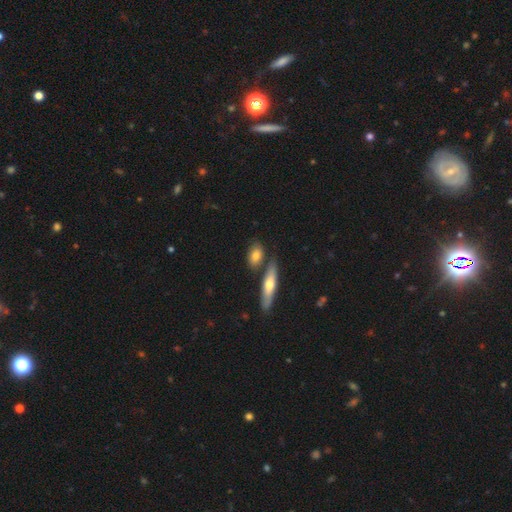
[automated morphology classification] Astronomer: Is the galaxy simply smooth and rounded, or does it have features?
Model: smooth — 74%.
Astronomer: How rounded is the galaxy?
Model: in between — 75%.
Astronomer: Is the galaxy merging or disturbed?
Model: none — 65%.